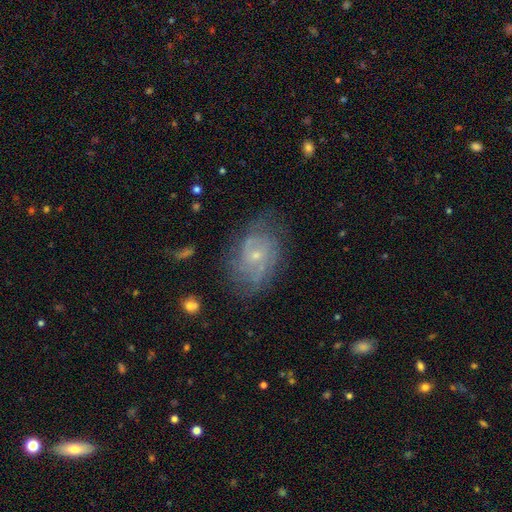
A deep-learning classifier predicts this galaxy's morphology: Overall: featured or disk (76%). Edge-on disk: no (97%). Bar: no (66%; weak 30%). Spiral arms: yes (89%). Spiral arm count: can't tell (38%; 2 33%). Spiral winding: tight (47%; medium 39%). Bulge size: small (73%). Merging: none (68%).